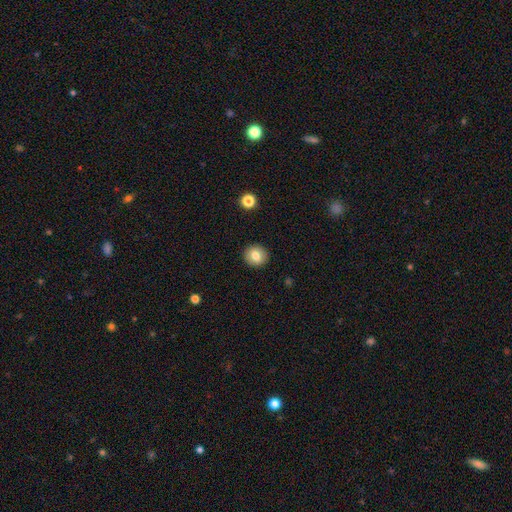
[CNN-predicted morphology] Smooth or featured?
  - smooth: 79% *
  - featured or disk: 11%
  - star or artifact: 10%
How rounded?
  - round: 87% *
  - in between: 12%
  - cigar-shaped: 1%
Merging?
  - none: 91% *
  - minor disturbance: 6%
  - major disturbance: 2%
  - merger: 1%